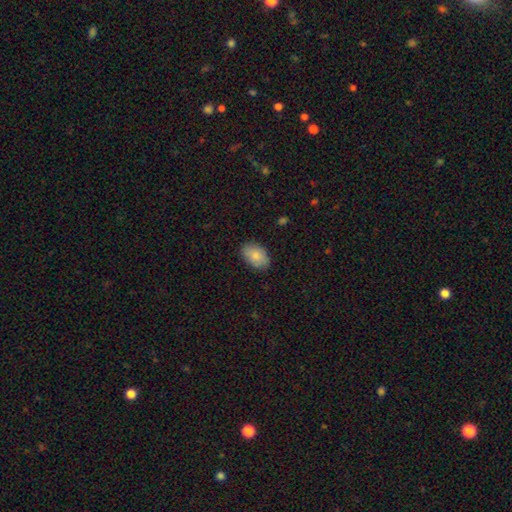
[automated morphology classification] A smooth galaxy with no disk features (86%) that is in between round and cigar-shaped (90%).

Vote fractions:
- Smooth or featured? smooth: 86% / featured or disk: 8% / star or artifact: 6%
- How rounded? in between: 90% / round: 9% / cigar-shaped: 1%
- Merging? none: 86% / minor disturbance: 11% / major disturbance: 2% / merger: 1%